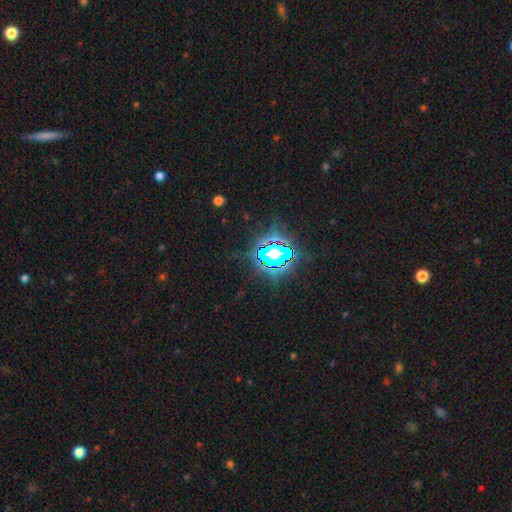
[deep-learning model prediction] This is likely a star or artifact rather than a galaxy (77%).